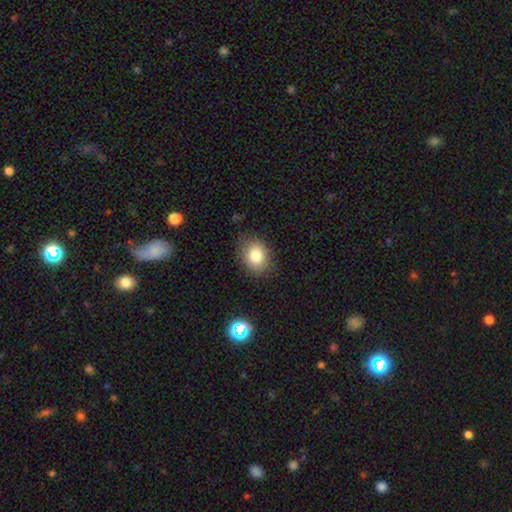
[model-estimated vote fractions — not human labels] Morphology: type=smooth (82%); roundness=in between (51%); merging=none (82%).